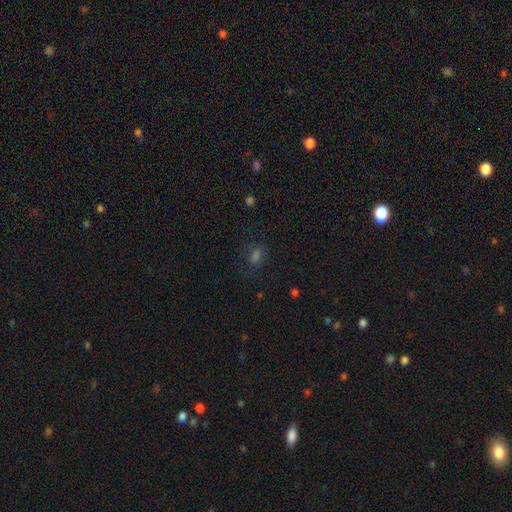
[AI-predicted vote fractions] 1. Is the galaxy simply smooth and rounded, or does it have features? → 53% smooth, 35% star or artifact, 12% featured or disk.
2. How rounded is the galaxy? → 66% in between, 30% round, 4% cigar-shaped.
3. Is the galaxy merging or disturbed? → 72% none, 15% minor disturbance, 10% major disturbance, 3% merger.